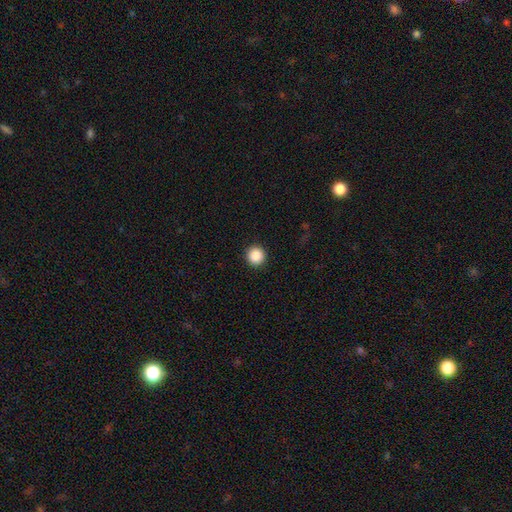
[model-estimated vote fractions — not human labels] Overall: smooth (88%). How rounded: round (96%). Merging: none (93%).